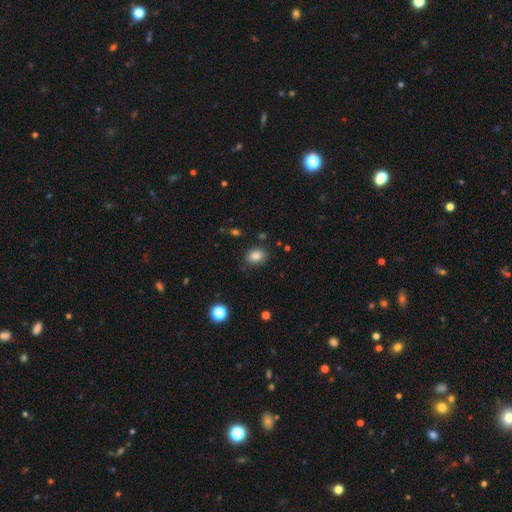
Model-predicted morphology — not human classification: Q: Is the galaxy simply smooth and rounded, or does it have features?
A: smooth — 85%.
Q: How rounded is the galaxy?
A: in between — 65%.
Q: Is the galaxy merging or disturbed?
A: none — 84%.